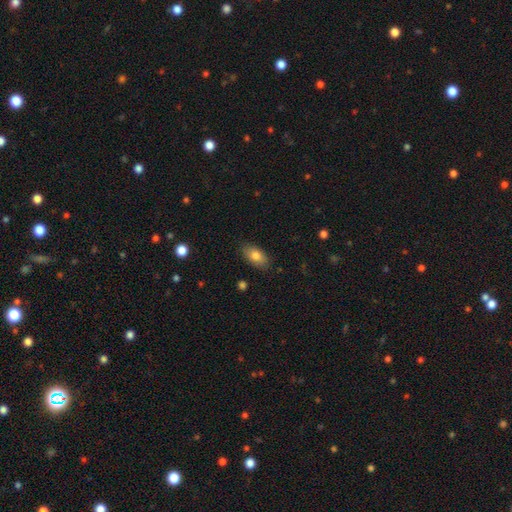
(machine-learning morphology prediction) Overall: smooth (80%). How rounded: in between (90%). Merging: none (85%).